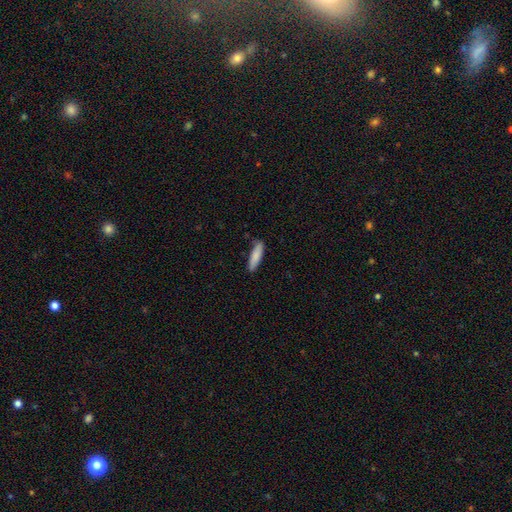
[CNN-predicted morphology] type=smooth (85%); roundness=cigar-shaped (72%); merging=none (82%).